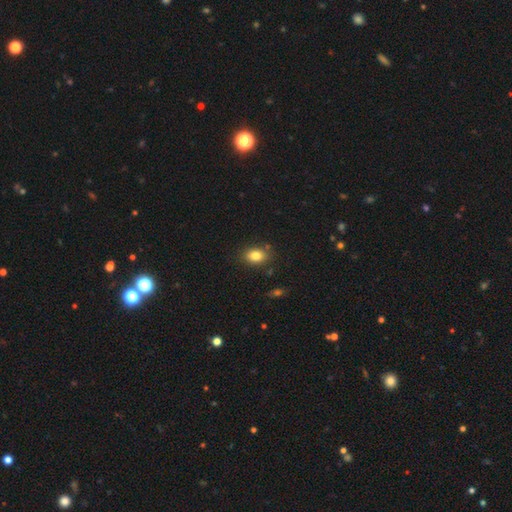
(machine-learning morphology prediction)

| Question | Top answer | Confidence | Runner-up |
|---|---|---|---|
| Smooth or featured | smooth | 83% | star or artifact (10%) |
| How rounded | in between | 76% | round (23%) |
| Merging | none | 82% | minor disturbance (12%) |